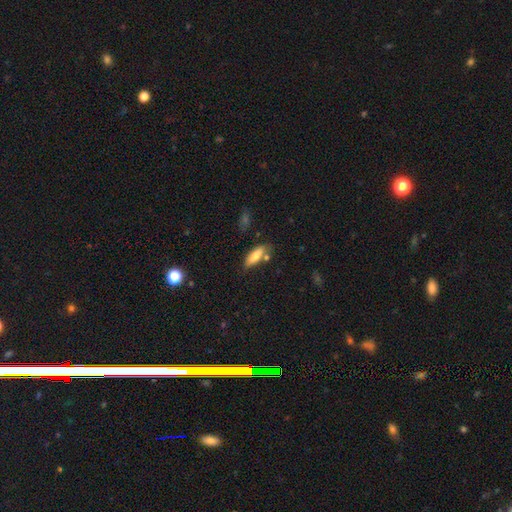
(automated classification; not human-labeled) Overall: smooth (75%). How rounded: in between (60%; cigar-shaped 38%). Merging: none (67%).